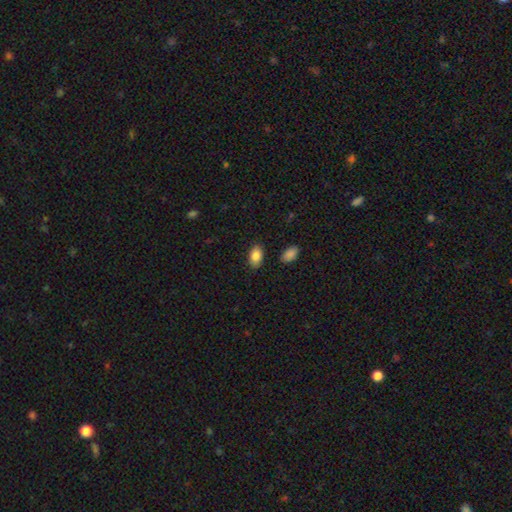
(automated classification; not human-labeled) Smooth or featured? smooth (85%)
How rounded? in between (91%)
Merging? none (87%)